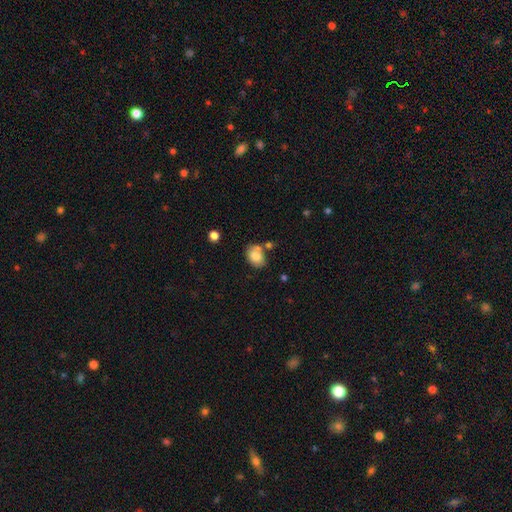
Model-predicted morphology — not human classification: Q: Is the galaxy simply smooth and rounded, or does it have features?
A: smooth — 78%.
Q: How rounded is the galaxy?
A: in between — 70%.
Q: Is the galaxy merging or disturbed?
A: none — 58%.